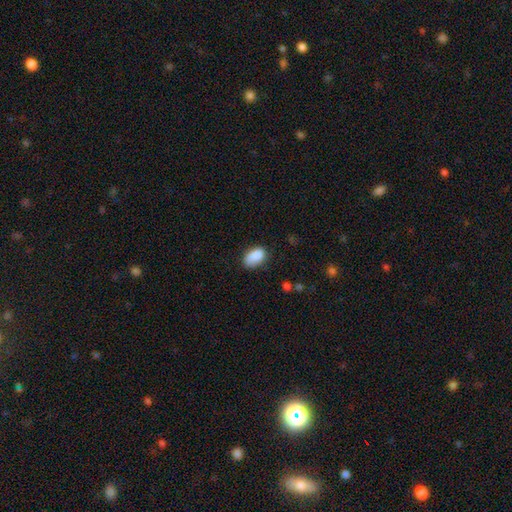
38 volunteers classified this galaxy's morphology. This is clearly a smooth galaxy (87%). How rounded: clearly in between (97%). Merging: likely none (66%).